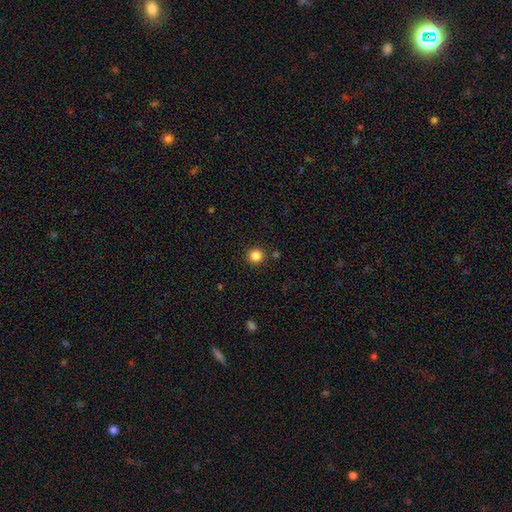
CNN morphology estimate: Smooth or featured? Predicted: smooth (p=0.84). How rounded? Predicted: round (p=0.93). Merging? Predicted: none (p=0.90).